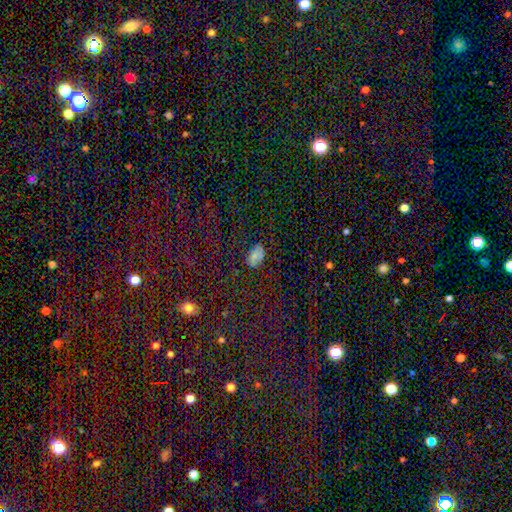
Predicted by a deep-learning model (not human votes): Smooth or featured: smooth — 59% (star or artifact — 28%)
How rounded: in between — 90% (round — 8%)
Merging: none — 77% (minor disturbance — 16%)